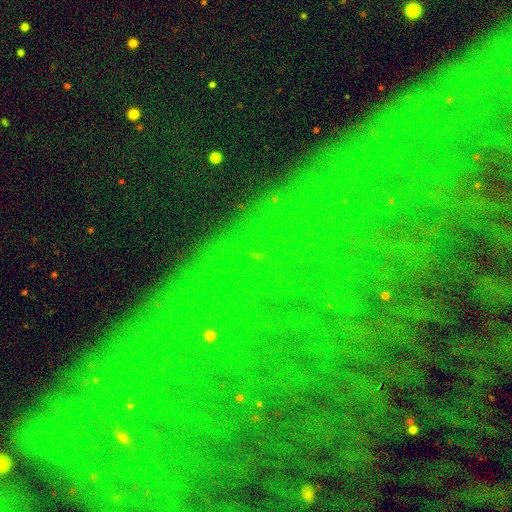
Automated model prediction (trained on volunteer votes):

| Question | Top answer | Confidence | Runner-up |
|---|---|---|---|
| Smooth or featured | star or artifact | 82% | featured or disk (9%) |